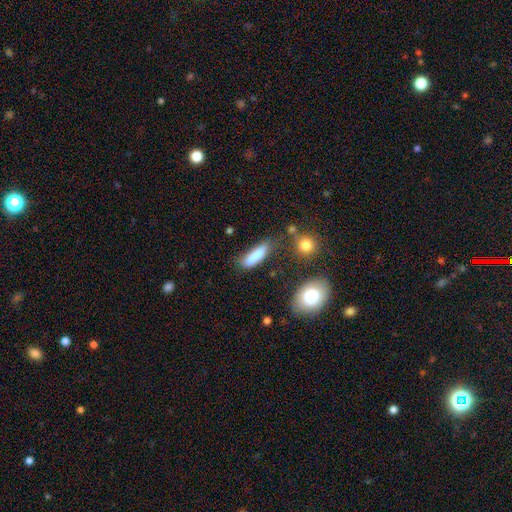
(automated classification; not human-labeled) Q: Smooth or featured?
A: smooth (81%); runner-up: featured or disk (11%)
Q: How rounded?
A: cigar-shaped (61%); runner-up: in between (36%)
Q: Merging?
A: none (64%); runner-up: minor disturbance (22%)